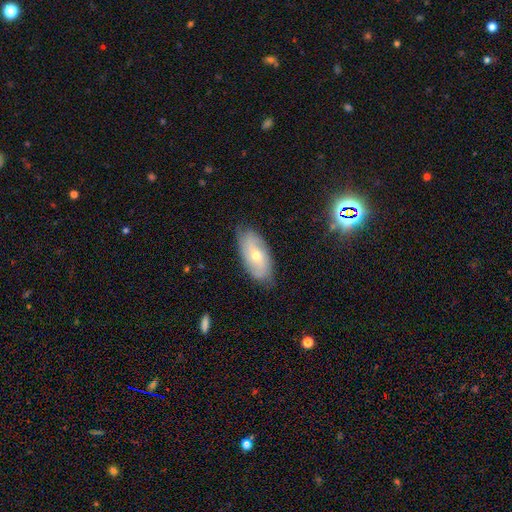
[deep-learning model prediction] Smooth or featured? Predicted: featured or disk (p=0.51). Edge-on disk? Predicted: no (p=0.86). Merging? Predicted: none (p=0.77).